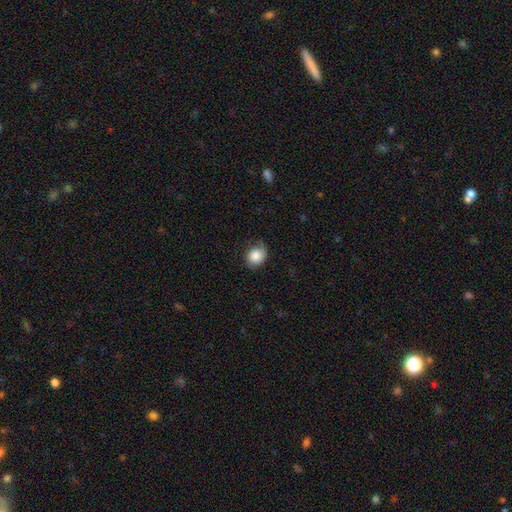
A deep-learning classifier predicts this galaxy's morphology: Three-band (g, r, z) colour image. It shows a smooth galaxy with no disk features (84%) that is round (63%). Merging: none (59%).